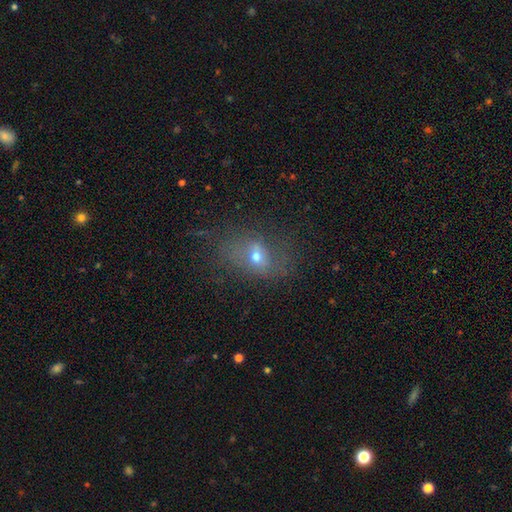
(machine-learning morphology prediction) Overall: smooth (51%; featured or disk 32%). How rounded: in between (69%). Merging: none (52%; minor disturbance 24%).